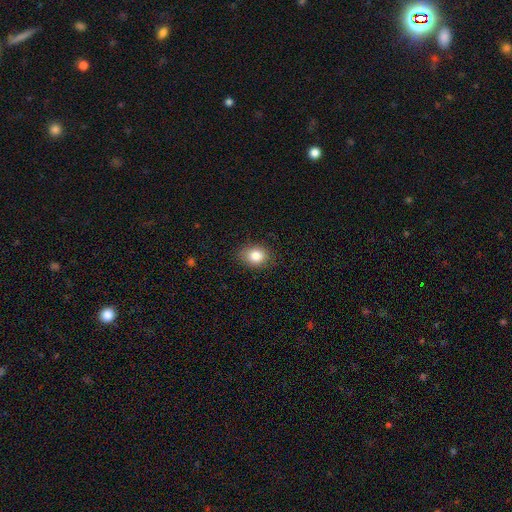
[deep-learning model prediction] smooth-or-featured: smooth: 83% | star or artifact: 10% | featured or disk: 7%
  how-rounded: in between: 53% | round: 46% | cigar-shaped: 1%
  merging: none: 83% | minor disturbance: 13% | major disturbance: 3% | merger: 1%